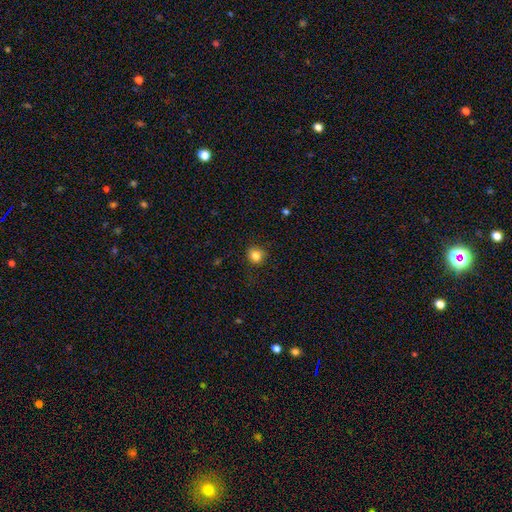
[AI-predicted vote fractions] Smooth or featured: smooth — 83% (star or artifact — 11%)
How rounded: round — 82% (in between — 17%)
Merging: none — 82% (minor disturbance — 13%)